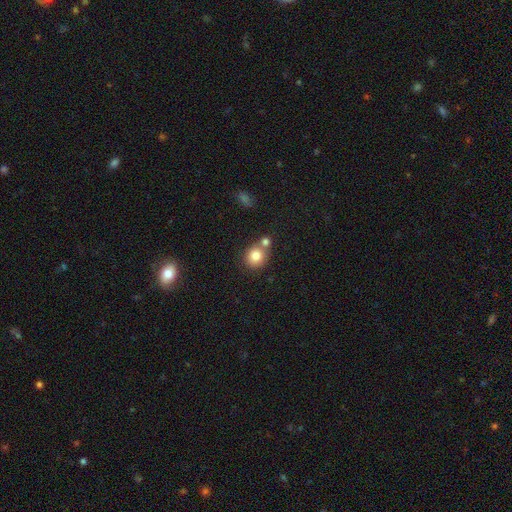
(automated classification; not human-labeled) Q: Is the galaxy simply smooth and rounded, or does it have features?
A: smooth — 81%.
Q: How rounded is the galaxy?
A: round — 83%.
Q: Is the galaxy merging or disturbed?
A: none — 55%.